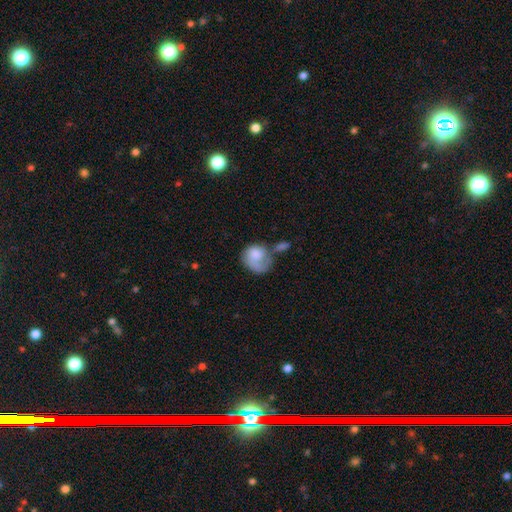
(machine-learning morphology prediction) A smooth galaxy with no disk features (61%) that is round (61%).

Vote fractions:
- Smooth or featured? smooth: 61% / featured or disk: 33% / star or artifact: 6%
- How rounded? round: 61% / in between: 38% / cigar-shaped: 1%
- Merging? major disturbance: 33% / none: 27% / merger: 21% / minor disturbance: 19%